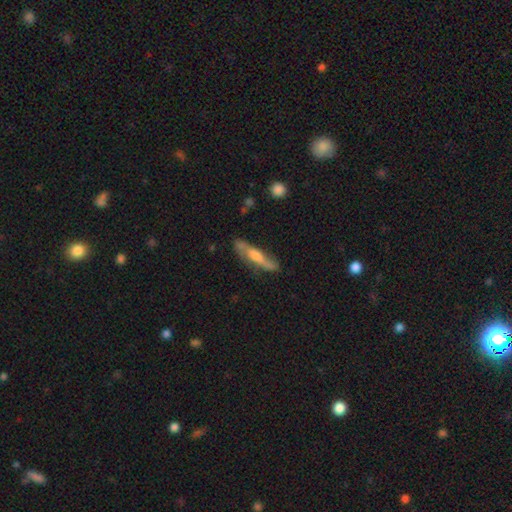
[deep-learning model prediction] This appears to be a featured or disk galaxy (53%) viewed edge-on (65%). Merging: none (71%).